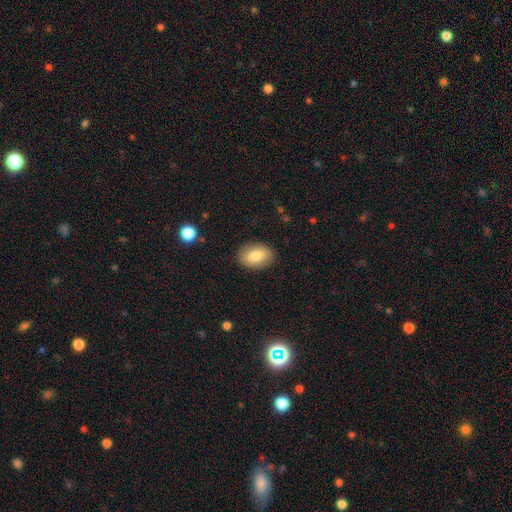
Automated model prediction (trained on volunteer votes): Smooth or featured?
  - smooth: 79% *
  - featured or disk: 14%
  - star or artifact: 7%
How rounded?
  - in between: 84% *
  - round: 15%
  - cigar-shaped: 1%
Merging?
  - none: 88% *
  - minor disturbance: 9%
  - major disturbance: 2%
  - merger: 1%